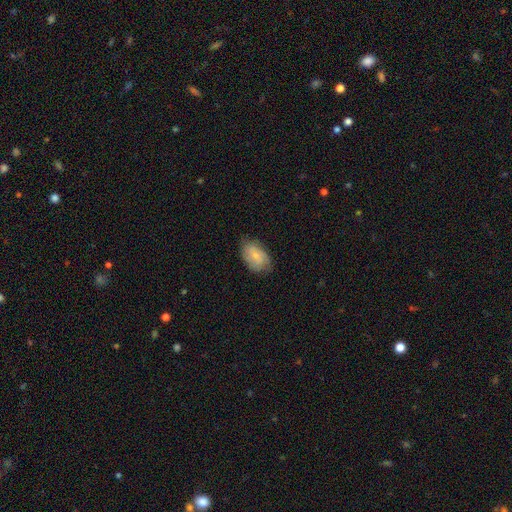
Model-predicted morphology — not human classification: type=smooth (65%); roundness=in between (89%); merging=none (71%).